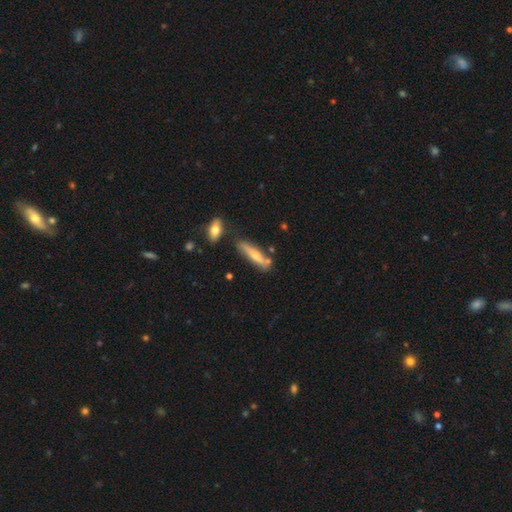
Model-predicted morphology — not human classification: This is possibly a smooth galaxy (50%). How rounded: likely cigar-shaped (78%). Merging: likely none (69%).